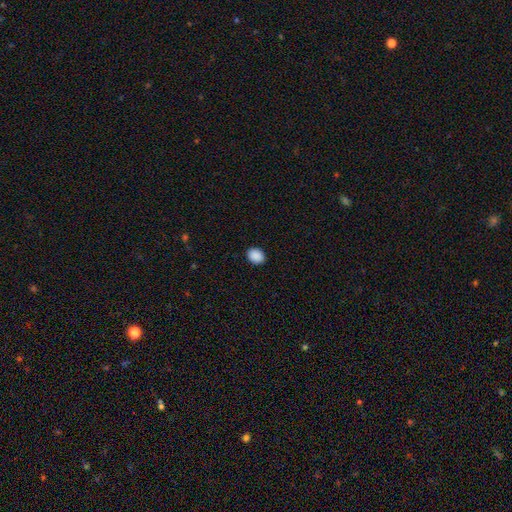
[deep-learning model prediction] The model was most divided on "how rounded": in between: 57%, round: 42%, cigar-shaped: 1%. More confident: merging — none (91%); smooth or featured — smooth (90%).